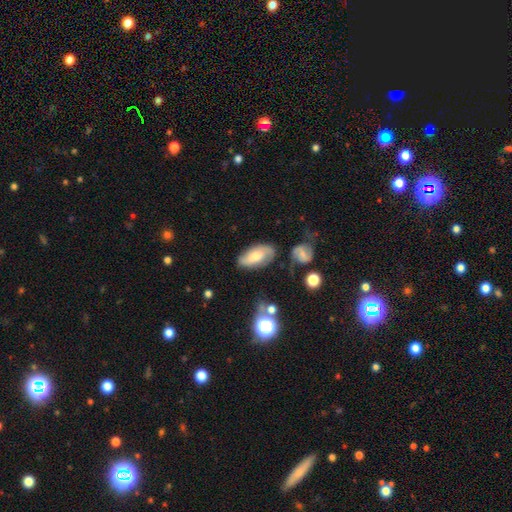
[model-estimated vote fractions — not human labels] Smooth or featured? smooth (53%)
How rounded? in between (90%)
Merging? none (64%)